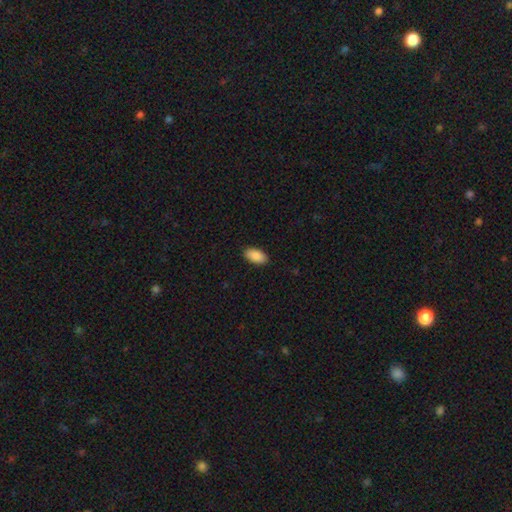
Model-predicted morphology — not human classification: Smooth or featured: smooth — 90% (star or artifact — 6%)
How rounded: in between — 94% (cigar-shaped — 3%)
Merging: none — 89% (minor disturbance — 8%)